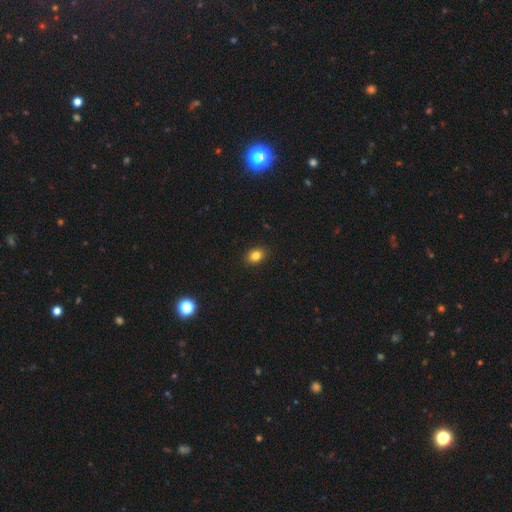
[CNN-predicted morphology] smooth-or-featured: smooth: 83% | star or artifact: 11% | featured or disk: 6%
  how-rounded: in between: 65% | round: 33% | cigar-shaped: 1%
  merging: none: 90% | minor disturbance: 8% | major disturbance: 2% | merger: 1%